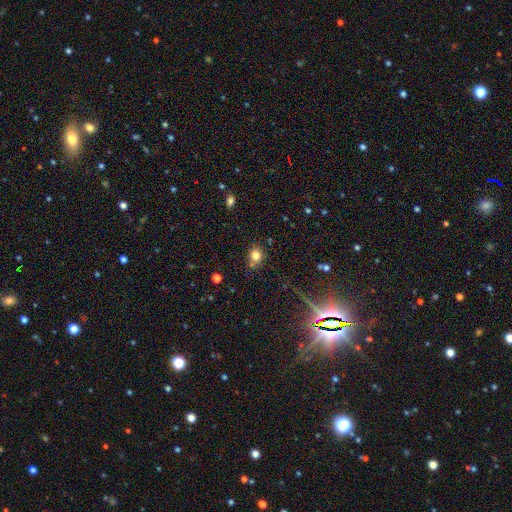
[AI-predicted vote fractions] Smooth or featured? smooth (78%)
How rounded? round (63%)
Merging? none (66%)